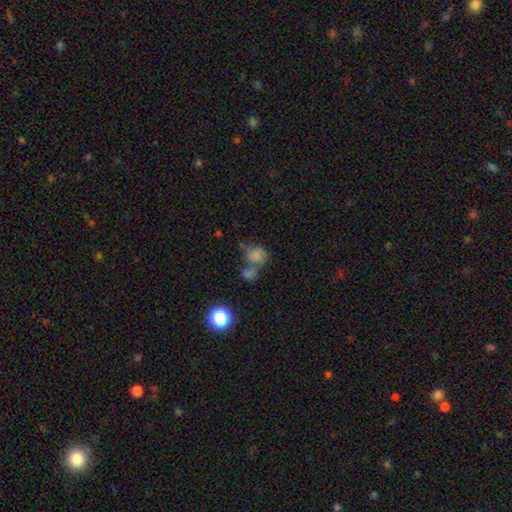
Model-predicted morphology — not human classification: The model was most divided on "how rounded": round: 64%, in between: 34%, cigar-shaped: 1%. More confident: smooth or featured — smooth (65%); merging — merger (55%).